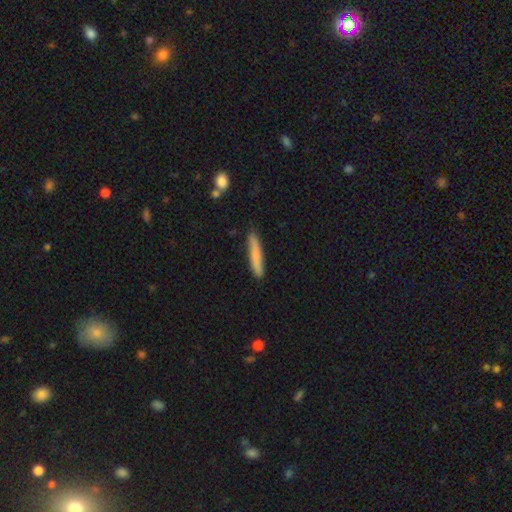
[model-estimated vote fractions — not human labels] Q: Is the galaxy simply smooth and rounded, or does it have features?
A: smooth — 75%.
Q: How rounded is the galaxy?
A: cigar-shaped — 92%.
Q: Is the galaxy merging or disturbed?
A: none — 84%.